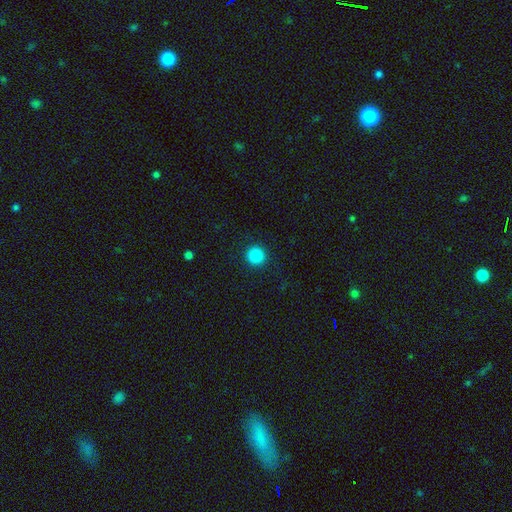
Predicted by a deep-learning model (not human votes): Overall: smooth (88%). How rounded: round (94%). Merging: none (91%).